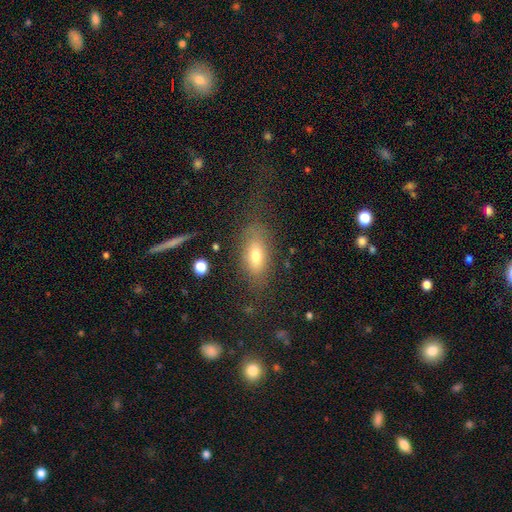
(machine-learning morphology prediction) smooth-or-featured: smooth: 69% | featured or disk: 20% | star or artifact: 11%
  how-rounded: in between: 82% | cigar-shaped: 12% | round: 6%
  merging: none: 68% | minor disturbance: 18% | major disturbance: 12% | merger: 3%